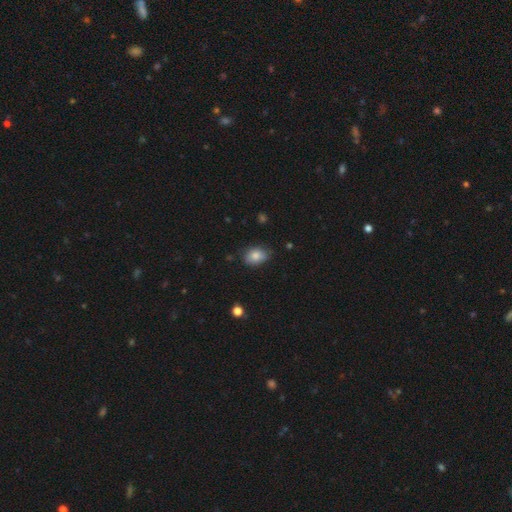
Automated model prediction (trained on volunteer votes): smooth 83%, featured or disk 8%, star or artifact 8%. Down the decision tree: how rounded — in between (76%); merging — none (72%).